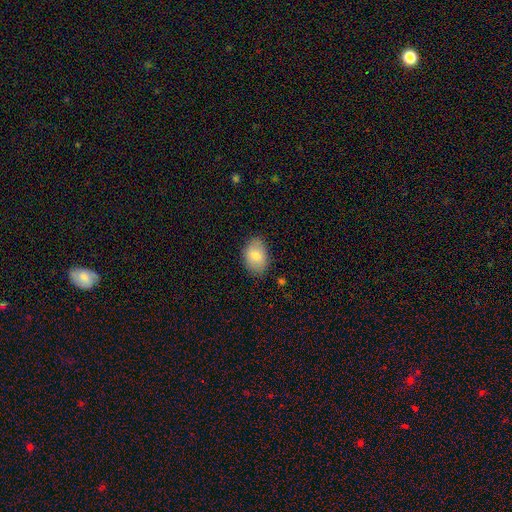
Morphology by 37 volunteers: type=smooth (78%); roundness=in between (79%); merging=none (80%).